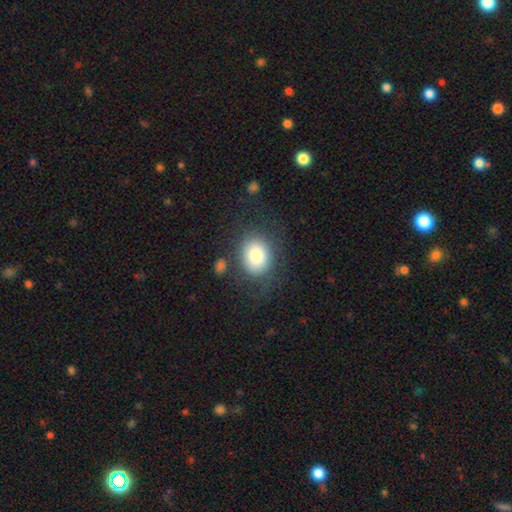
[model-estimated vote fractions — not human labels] smooth 81%, featured or disk 11%, star or artifact 8%. Down the decision tree: how rounded — round (53%); merging — none (72%).